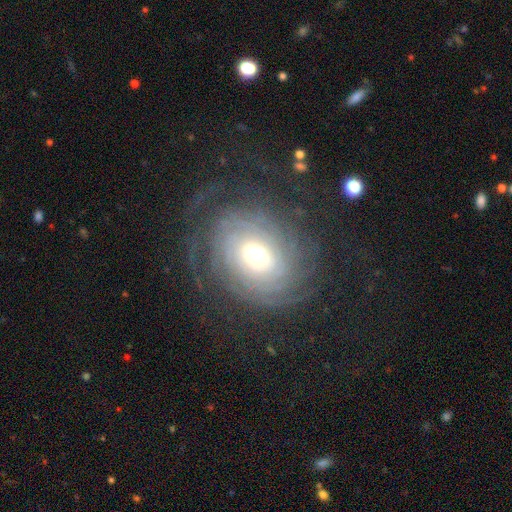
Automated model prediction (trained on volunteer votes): A featured or disk galaxy (84%) with no bar (62%), tight (77%) spiral arms (95%) and a moderate central bulge (63%).

Vote fractions:
- Smooth or featured? featured or disk: 84% / smooth: 9% / star or artifact: 7%
- Edge-on disk? no: 96% / yes: 4%
- Bar? no: 62% / weak: 27% / strong: 11%
- Spiral arms? yes: 95% / no: 5%
- Spiral winding? tight: 77% / medium: 17% / loose: 6%
- Spiral arm count? can't tell: 34% / more than 4: 21% / 4: 13% / 3: 12% / 2: 12% / 1: 8%
- Bulge size? moderate: 63% / large: 19% / small: 15% / dominant: 2% / none: 1%
- Merging? none: 75% / minor disturbance: 14% / major disturbance: 10% / merger: 1%